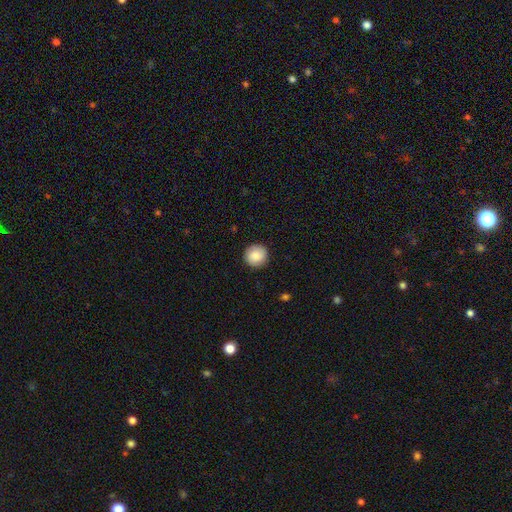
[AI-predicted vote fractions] smooth_or_featured: smooth (p=0.88) [alt: star or artifact p=0.08]
how_rounded: round (p=0.94) [alt: in between p=0.05]
merging: none (p=0.91) [alt: minor disturbance p=0.06]